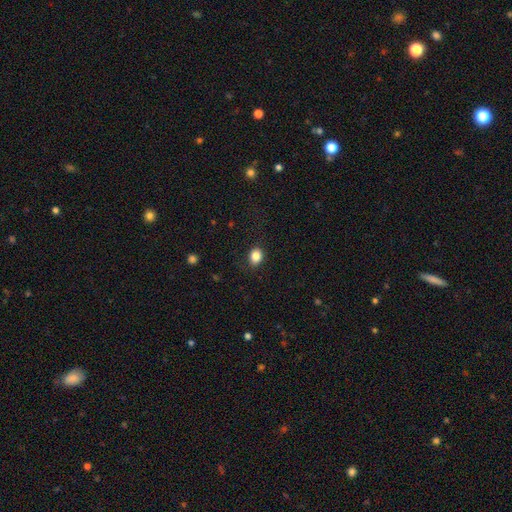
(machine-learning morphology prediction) Smooth or featured? Predicted: smooth (p=0.85). How rounded? Predicted: in between (p=0.50). Merging? Predicted: none (p=0.86).